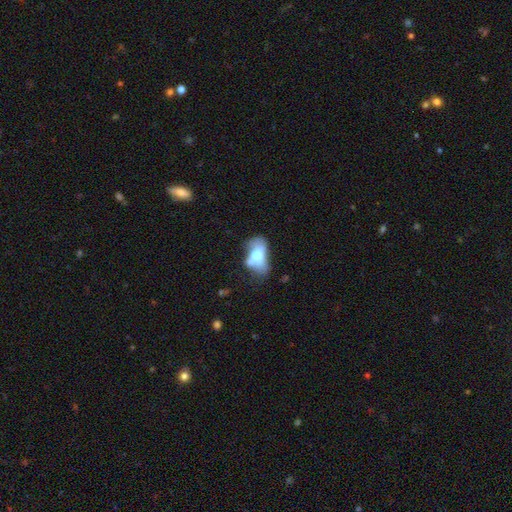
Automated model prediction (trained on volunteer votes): The model was most divided on "merging": merger: 27%, none: 26%, major disturbance: 24%, minor disturbance: 23%. More confident: how rounded — in between (87%); smooth or featured — smooth (58%).